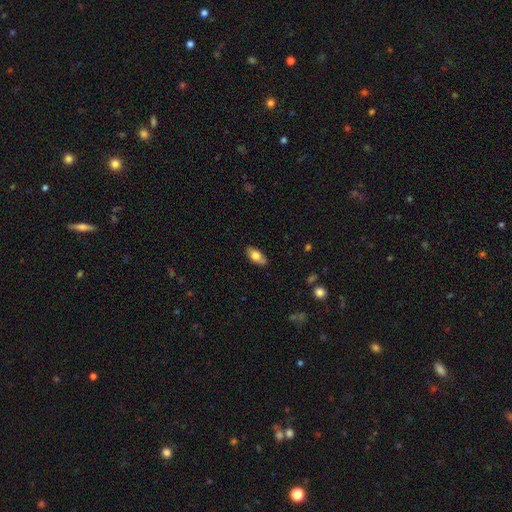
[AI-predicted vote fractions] This appears to be a smooth galaxy with no disk features (72%) that is in between round and cigar-shaped (88%). Merging: none (73%).